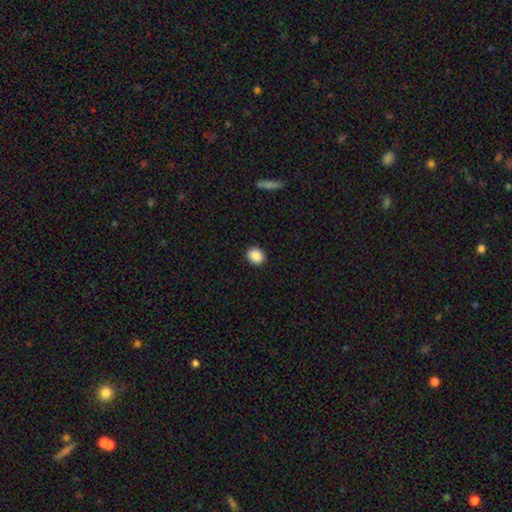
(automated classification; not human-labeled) Q: Smooth or featured?
A: smooth (89%); runner-up: star or artifact (8%)
Q: How rounded?
A: round (70%); runner-up: in between (29%)
Q: Merging?
A: none (91%); runner-up: minor disturbance (6%)